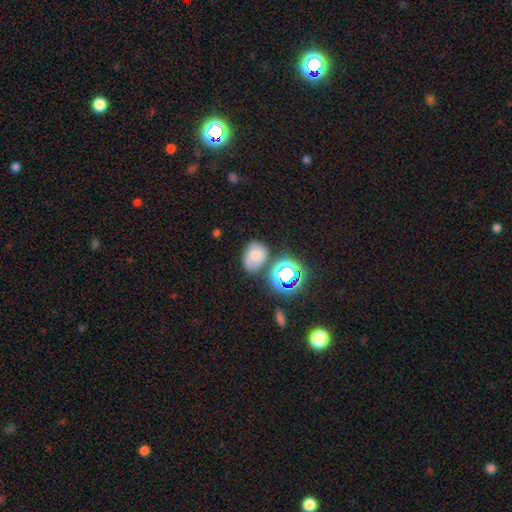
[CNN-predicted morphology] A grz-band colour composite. It shows a smooth galaxy with no disk features (62%) that is in between round and cigar-shaped (69%). Merging: none (59%).